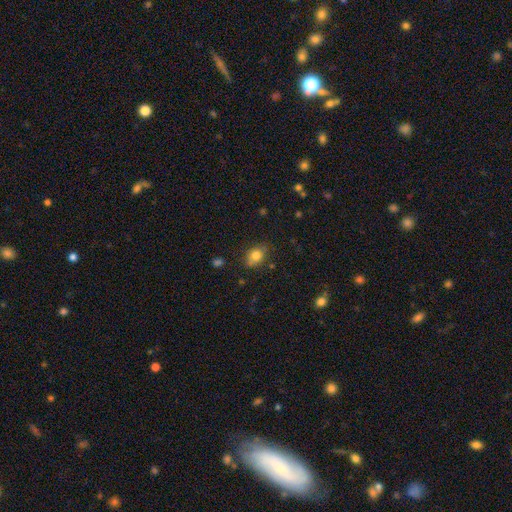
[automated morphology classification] Smooth or featured?
  - smooth: 80% *
  - featured or disk: 10%
  - star or artifact: 10%
How rounded?
  - in between: 61% *
  - round: 37%
  - cigar-shaped: 2%
Merging?
  - none: 76% *
  - minor disturbance: 18%
  - major disturbance: 4%
  - merger: 2%